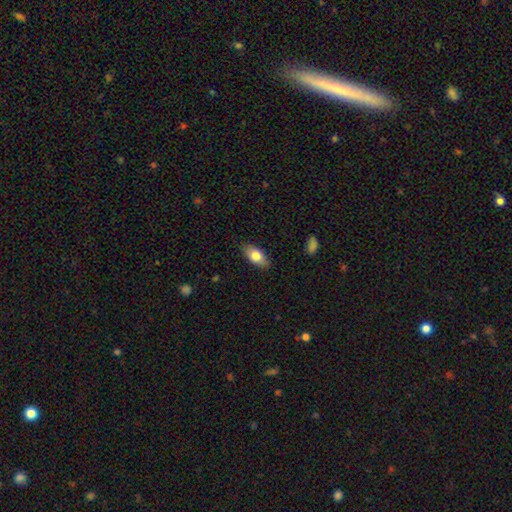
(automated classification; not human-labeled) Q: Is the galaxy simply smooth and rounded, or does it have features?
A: smooth — 76%.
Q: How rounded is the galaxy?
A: in between — 88%.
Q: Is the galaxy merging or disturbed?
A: none — 87%.